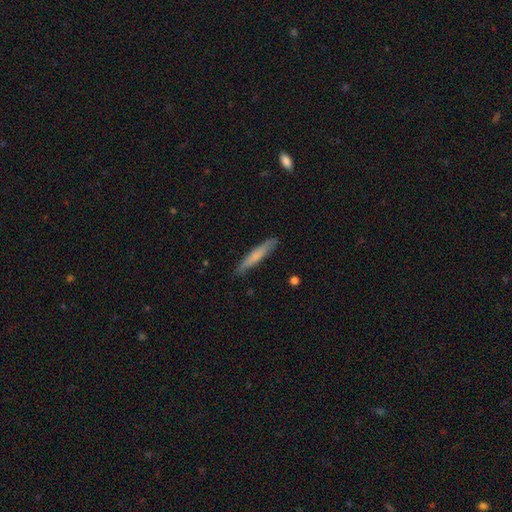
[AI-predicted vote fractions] Morphology: type=smooth (63%); roundness=cigar-shaped (93%); merging=none (85%).